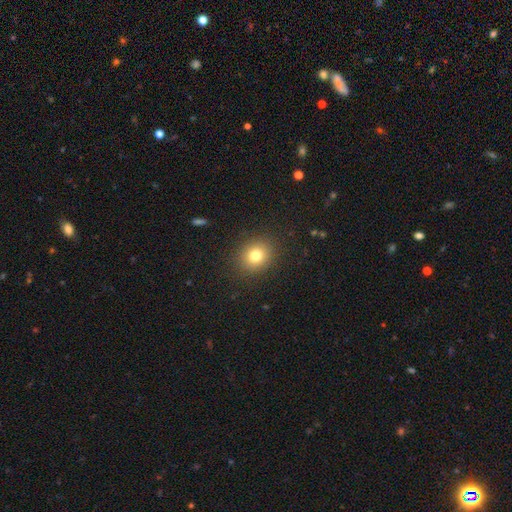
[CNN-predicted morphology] This is likely a smooth galaxy (79%). How rounded: likely round (71%). Merging: clearly none (89%).